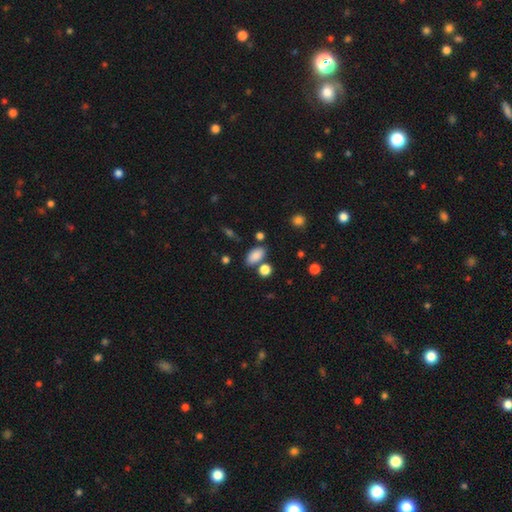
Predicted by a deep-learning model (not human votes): Smooth or featured? smooth (84%)
How rounded? in between (89%)
Merging? none (69%)